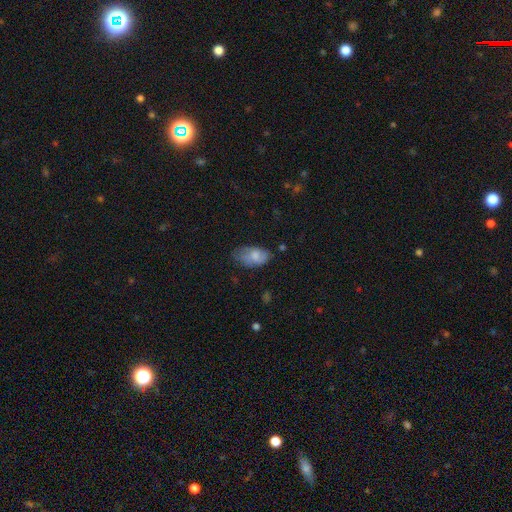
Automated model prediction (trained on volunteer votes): smooth_or_featured: smooth (p=0.71) [alt: featured or disk p=0.21]
how_rounded: in between (p=0.92) [alt: round p=0.05]
merging: none (p=0.50) [alt: minor disturbance p=0.35]